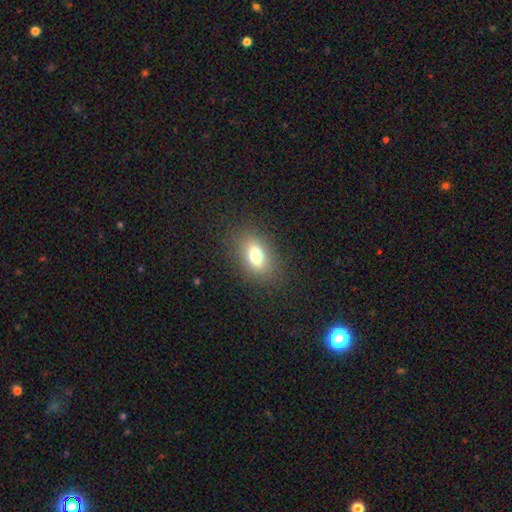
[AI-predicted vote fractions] Overall: smooth (74%). How rounded: in between (80%). Merging: none (84%).